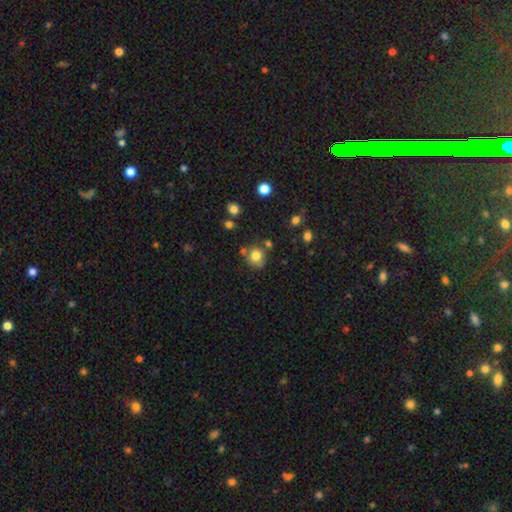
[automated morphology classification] This is likely a smooth galaxy (80%). How rounded: clearly round (81%). Merging: likely none (69%).